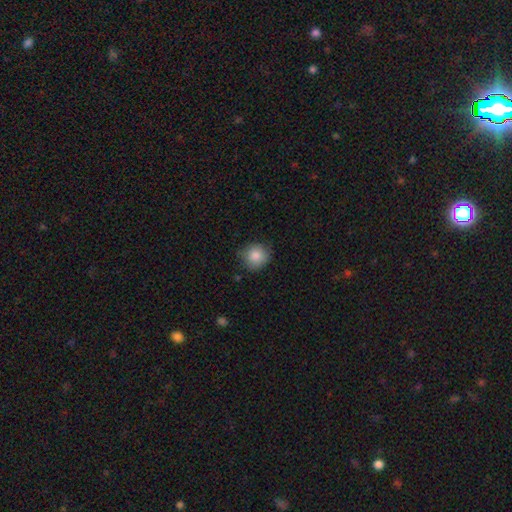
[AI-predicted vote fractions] A smooth galaxy with no disk features (86%) that is round (88%).

Vote fractions:
- Smooth or featured? smooth: 86% / star or artifact: 9% / featured or disk: 5%
- How rounded? round: 88% / in between: 11% / cigar-shaped: 1%
- Merging? none: 79% / minor disturbance: 16% / major disturbance: 3% / merger: 1%